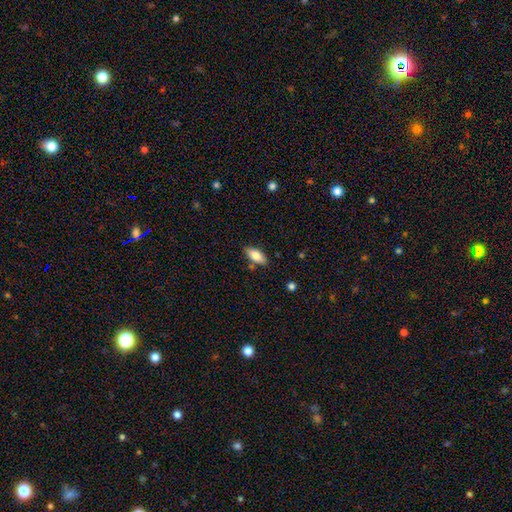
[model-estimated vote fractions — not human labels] Smooth or featured: smooth — 80% (featured or disk — 13%)
How rounded: in between — 85% (cigar-shaped — 13%)
Merging: none — 81% (minor disturbance — 12%)